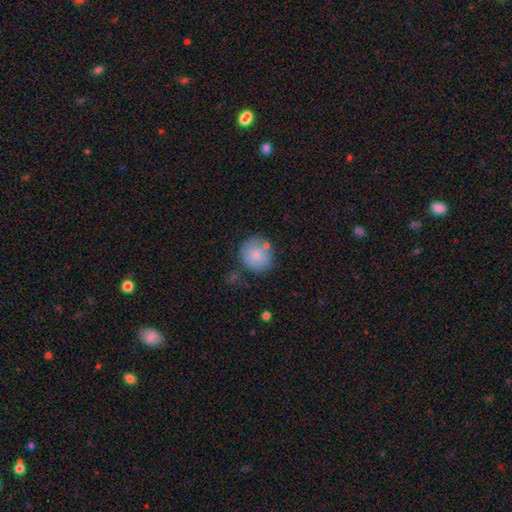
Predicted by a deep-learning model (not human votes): Overall: smooth (80%). How rounded: round (89%). Merging: none (70%).